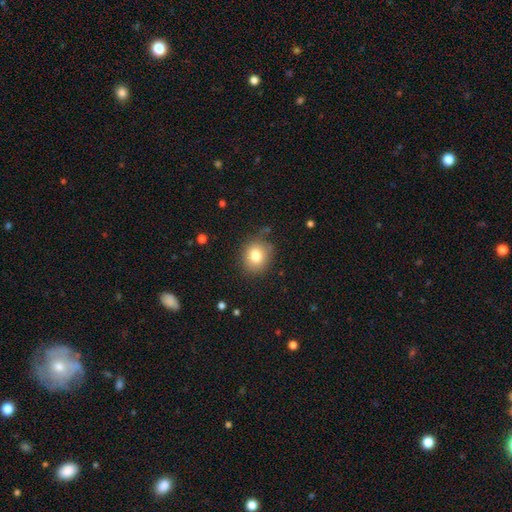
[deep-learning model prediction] Smooth or featured?
  - smooth: 80% *
  - star or artifact: 10%
  - featured or disk: 10%
How rounded?
  - round: 73% *
  - in between: 27%
  - cigar-shaped: 1%
Merging?
  - none: 81% *
  - minor disturbance: 13%
  - major disturbance: 4%
  - merger: 2%